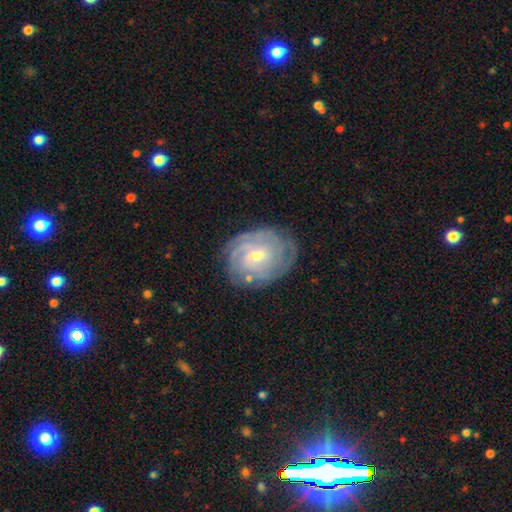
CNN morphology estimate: Overall: featured or disk (78%). Edge-on disk: no (97%). Bar: weak (48%; no 43%). Spiral arms: yes (91%). Spiral arm count: can't tell (46%; 3 15%). Spiral winding: tight (72%). Bulge size: small (58%; moderate 38%). Merging: none (74%).